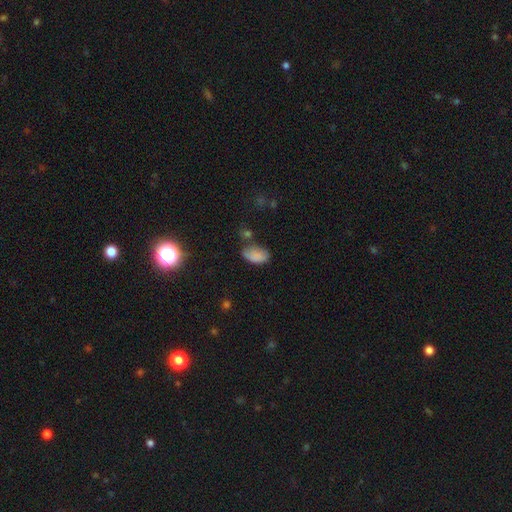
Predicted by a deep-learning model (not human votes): A smooth galaxy with no disk features (80%) that is in between round and cigar-shaped (93%). Merging: none (51%).